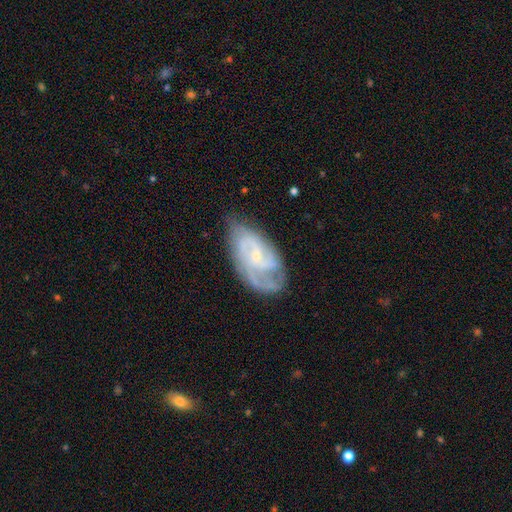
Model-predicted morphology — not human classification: Smooth or featured? featured or disk (80%)
Edge-on disk? no (96%)
Bar? no (54%)
Spiral arms? yes (93%)
Spiral winding? tight (46%)
Spiral arm count? 2 (33%)
Bulge size? small (73%)
Merging? none (63%)